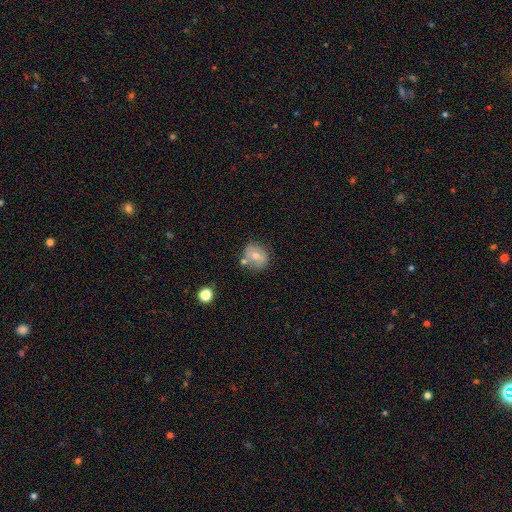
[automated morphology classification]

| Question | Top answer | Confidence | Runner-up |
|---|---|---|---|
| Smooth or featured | smooth | 60% | featured or disk (30%) |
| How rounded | round | 68% | in between (30%) |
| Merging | none | 62% | minor disturbance (18%) |